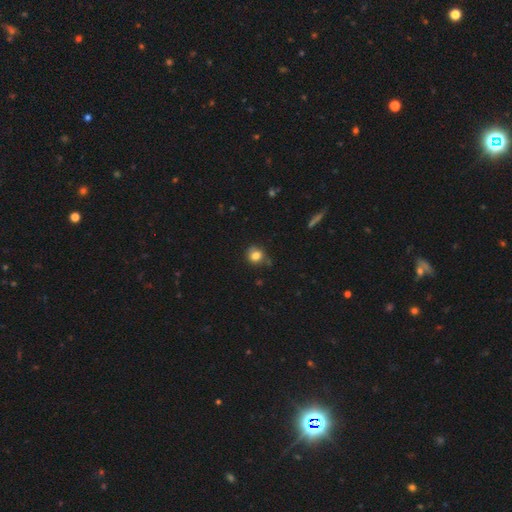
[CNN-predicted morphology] A smooth galaxy with no disk features (81%) that is round (80%). Merging: none (73%).